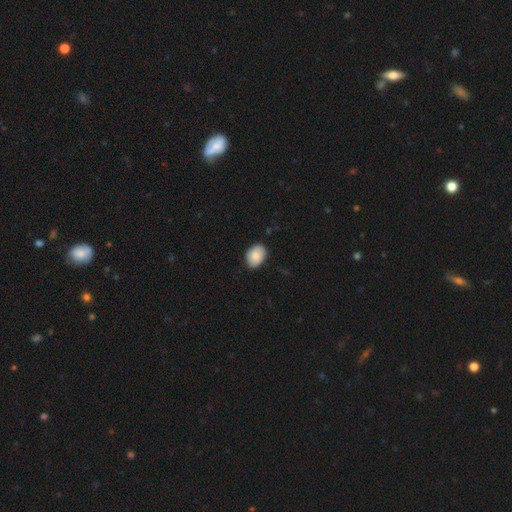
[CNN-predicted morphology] Smooth or featured? Predicted: smooth (p=0.87). How rounded? Predicted: in between (p=0.79). Merging? Predicted: none (p=0.85).